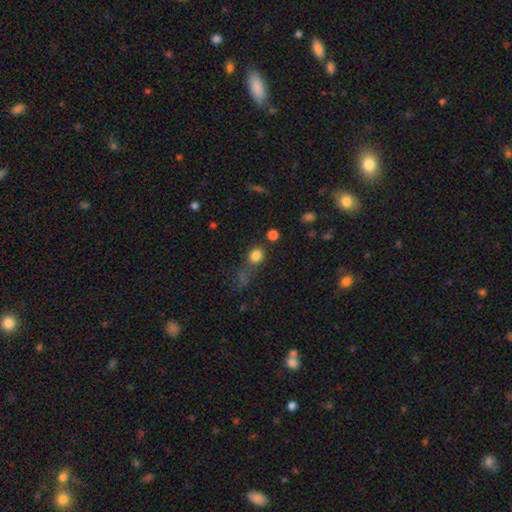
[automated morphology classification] Q: Smooth or featured?
A: smooth (81%); runner-up: star or artifact (14%)
Q: How rounded?
A: round (73%); runner-up: in between (25%)
Q: Merging?
A: none (61%); runner-up: minor disturbance (15%)